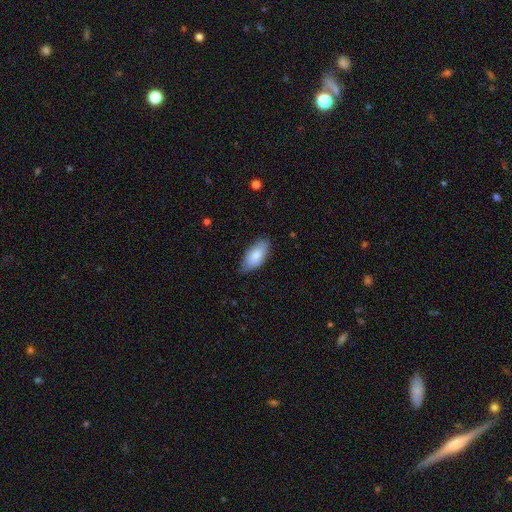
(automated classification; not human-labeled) The model was most divided on "merging": none: 77%, minor disturbance: 20%, major disturbance: 3%, merger: 1%. More confident: how rounded — in between (91%); smooth or featured — smooth (83%).